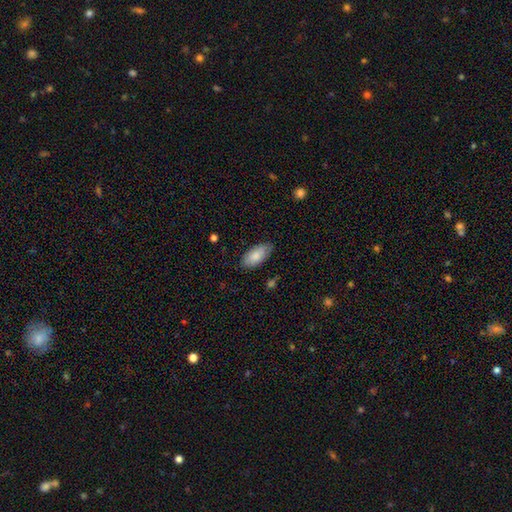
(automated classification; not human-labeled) A smooth galaxy with no disk features (84%) that is in between round and cigar-shaped (92%).

Vote fractions:
- Smooth or featured? smooth: 84% / featured or disk: 10% / star or artifact: 6%
- How rounded? in between: 92% / cigar-shaped: 6% / round: 2%
- Merging? none: 82% / minor disturbance: 14% / major disturbance: 3% / merger: 1%